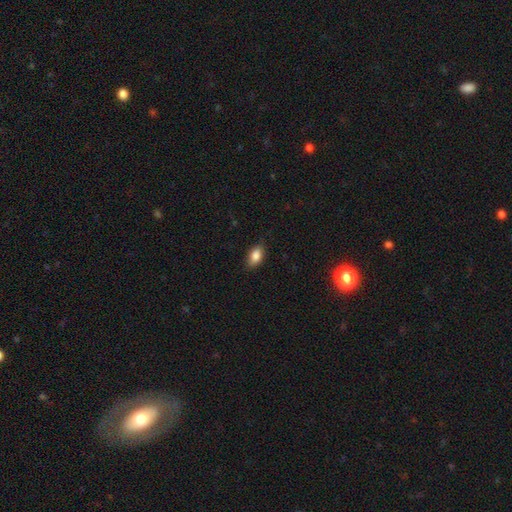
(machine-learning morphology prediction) smooth-or-featured: smooth: 85% | star or artifact: 8% | featured or disk: 7%
  how-rounded: in between: 89% | round: 7% | cigar-shaped: 4%
  merging: none: 83% | minor disturbance: 13% | major disturbance: 2% | merger: 1%